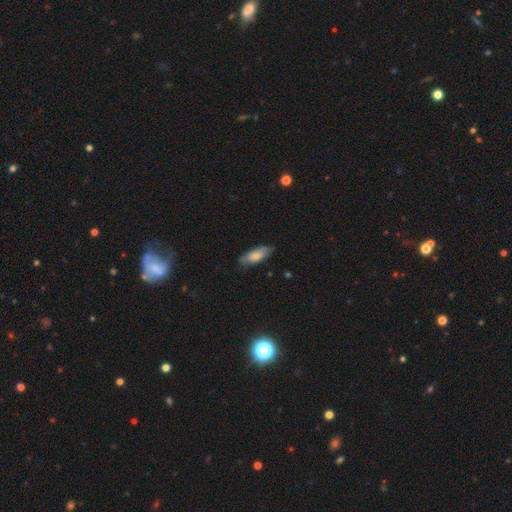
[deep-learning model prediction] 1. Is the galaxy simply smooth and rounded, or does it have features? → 70% smooth, 23% featured or disk, 6% star or artifact.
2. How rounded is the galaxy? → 70% in between, 28% cigar-shaped, 2% round.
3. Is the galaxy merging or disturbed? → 75% none, 20% minor disturbance, 4% major disturbance, 1% merger.